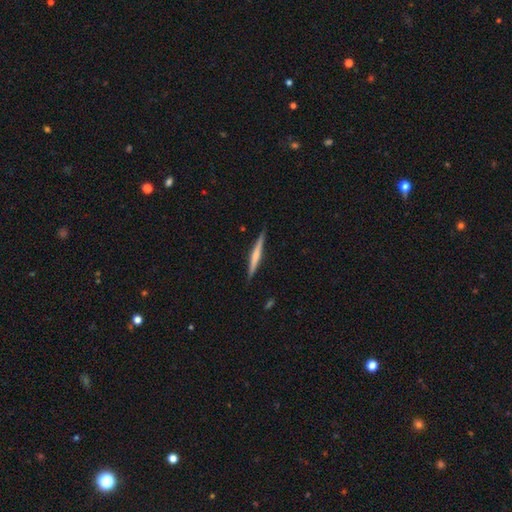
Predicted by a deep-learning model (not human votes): This is possibly a featured or disk galaxy (56%). It is clearly viewed edge-on (98%). Edge-on bulge: marginally rounded (44%). Merging: clearly none (90%).